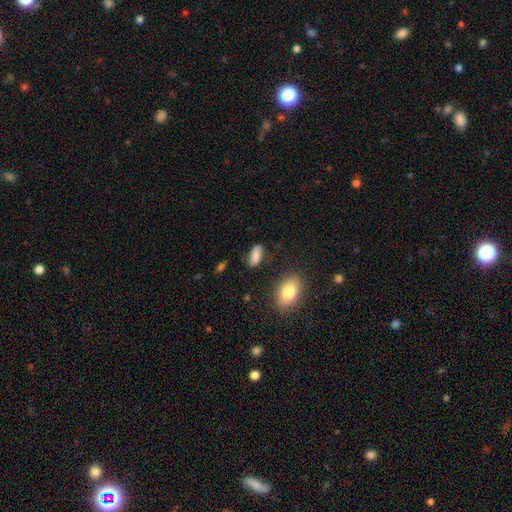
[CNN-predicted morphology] This is likely a smooth galaxy (71%). How rounded: likely in between (79%). Merging: likely none (69%).